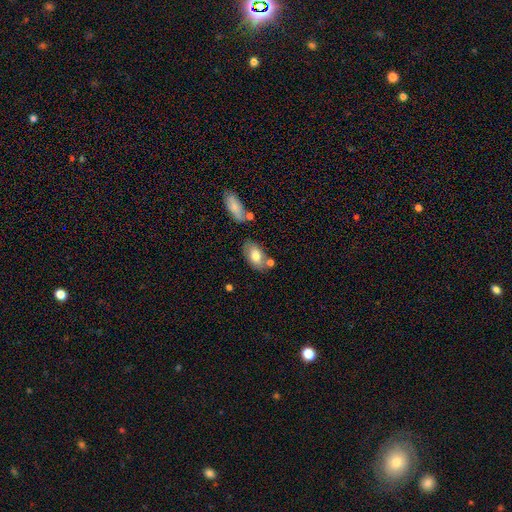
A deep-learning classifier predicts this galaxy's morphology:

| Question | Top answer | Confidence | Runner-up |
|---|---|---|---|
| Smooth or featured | smooth | 74% | featured or disk (19%) |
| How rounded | in between | 91% | round (6%) |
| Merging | none | 66% | minor disturbance (16%) |